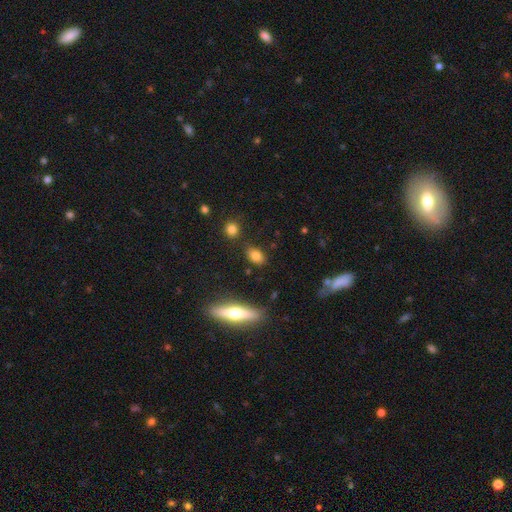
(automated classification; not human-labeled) Morphology: type=smooth (79%); roundness=in between (78%); merging=none (82%).